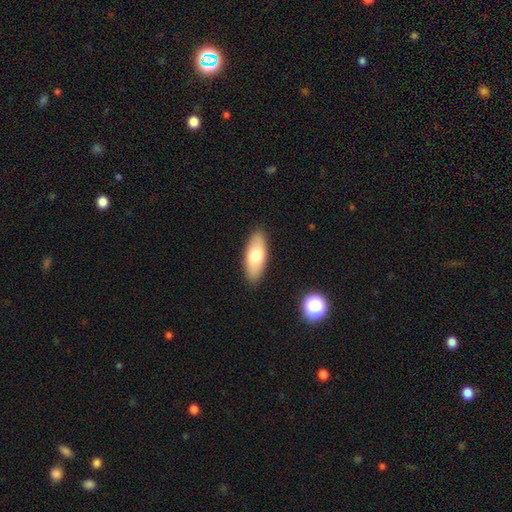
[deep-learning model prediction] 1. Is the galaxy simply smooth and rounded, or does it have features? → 71% smooth, 23% featured or disk, 6% star or artifact.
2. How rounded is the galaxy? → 80% in between, 17% cigar-shaped, 3% round.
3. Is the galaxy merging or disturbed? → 89% none, 8% minor disturbance, 2% major disturbance, 1% merger.